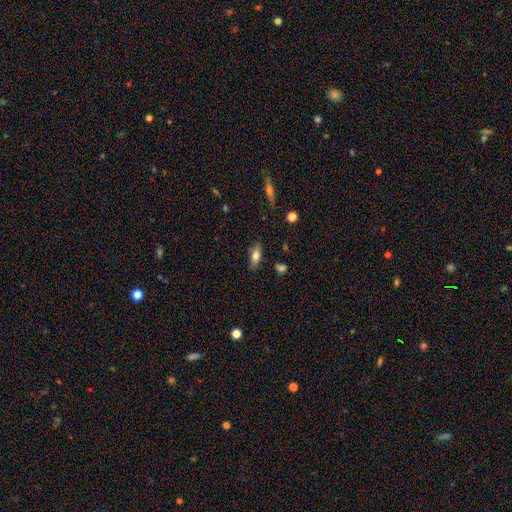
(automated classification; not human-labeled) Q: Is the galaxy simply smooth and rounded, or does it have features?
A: smooth — 71%.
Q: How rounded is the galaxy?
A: in between — 76%.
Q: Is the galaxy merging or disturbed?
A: none — 81%.